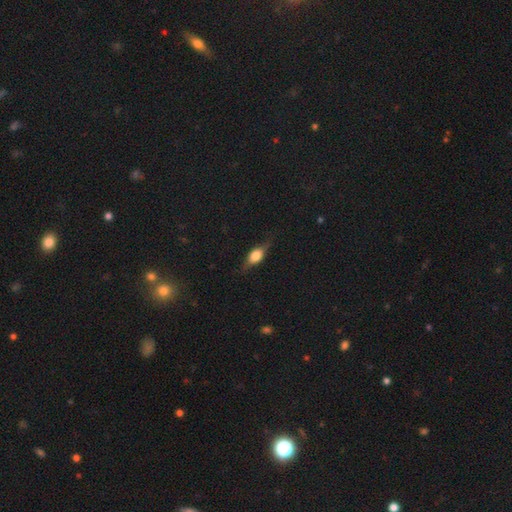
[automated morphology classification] type=smooth (51%); roundness=in between (67%); merging=none (76%).